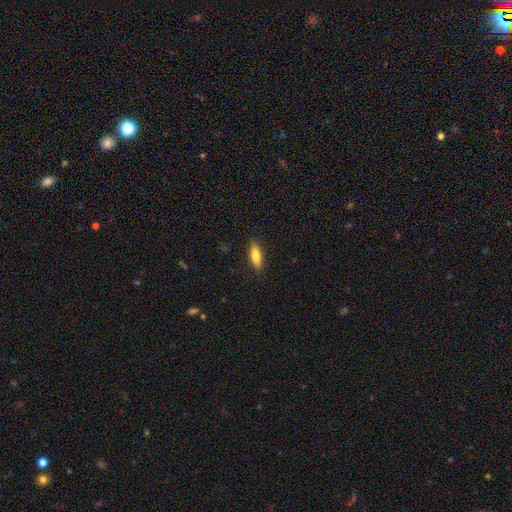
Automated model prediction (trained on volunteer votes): The model was most divided on "how rounded": in between: 52%, cigar-shaped: 45%, round: 2%. More confident: merging — none (87%); smooth or featured — smooth (72%).